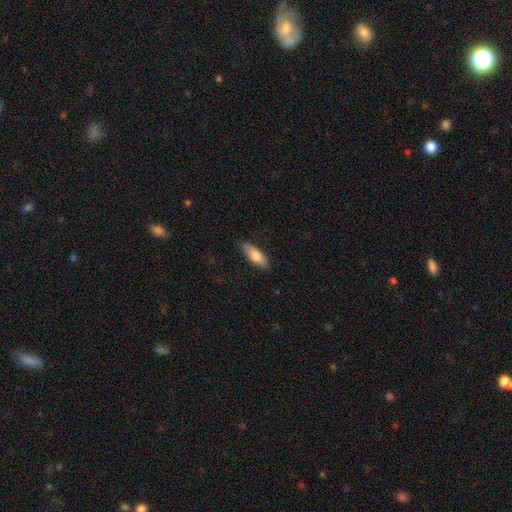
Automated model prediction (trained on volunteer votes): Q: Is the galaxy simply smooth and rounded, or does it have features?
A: smooth — 74%.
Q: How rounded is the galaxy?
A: in between — 62%.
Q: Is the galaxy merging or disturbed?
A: none — 85%.